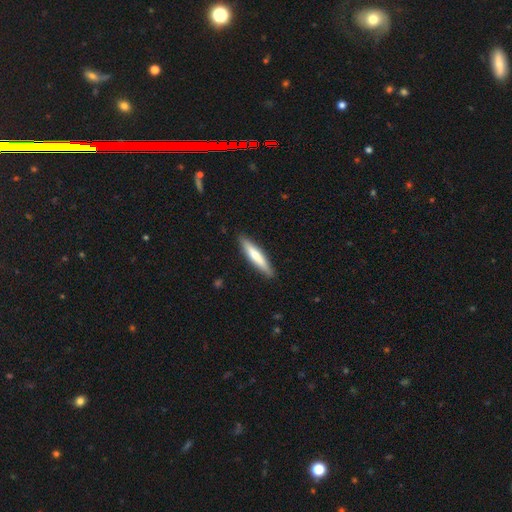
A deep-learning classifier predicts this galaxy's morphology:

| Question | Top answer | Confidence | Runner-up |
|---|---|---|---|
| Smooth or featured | smooth | 61% | featured or disk (34%) |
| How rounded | cigar-shaped | 89% | in between (10%) |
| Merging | none | 90% | minor disturbance (8%) |